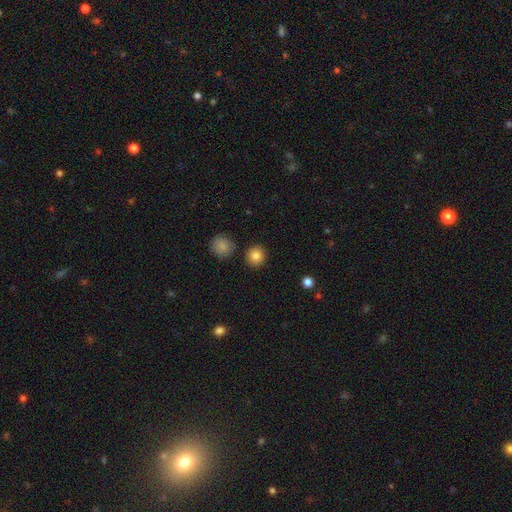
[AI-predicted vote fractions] Q: Smooth or featured?
A: smooth (85%); runner-up: star or artifact (10%)
Q: How rounded?
A: round (91%); runner-up: in between (9%)
Q: Merging?
A: none (89%); runner-up: minor disturbance (6%)